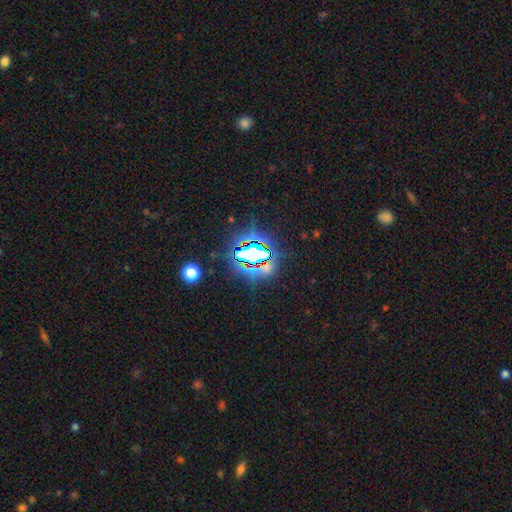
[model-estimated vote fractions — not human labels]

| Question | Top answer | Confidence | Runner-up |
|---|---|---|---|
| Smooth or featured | star or artifact | 70% | smooth (17%) |